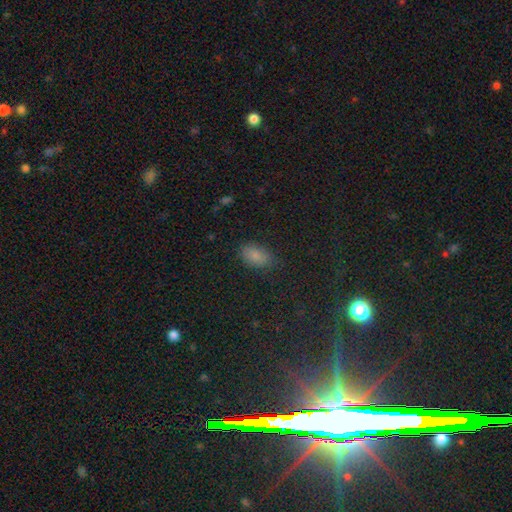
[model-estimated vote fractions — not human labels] smooth-or-featured: smooth: 80% | star or artifact: 13% | featured or disk: 6%
  how-rounded: in between: 90% | round: 9% | cigar-shaped: 2%
  merging: none: 77% | minor disturbance: 17% | major disturbance: 4% | merger: 1%